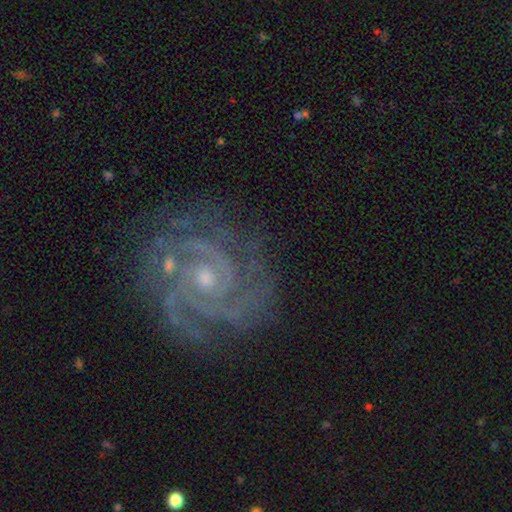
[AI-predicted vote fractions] smooth_or_featured: featured or disk (p=0.92) [alt: star or artifact p=0.06]
disk_edge_on: no (p=0.98) [alt: yes p=0.02]
bar: no (p=0.67) [alt: weak p=0.25]
has_spiral_arms: yes (p=0.99) [alt: no p=0.01]
spiral_winding: tight (p=0.74) [alt: medium p=0.24]
spiral_arm_count: 2 (p=0.38) [alt: 3 p=0.31]
bulge_size: small (p=0.60) [alt: moderate p=0.36]
merging: none (p=0.77) [alt: minor disturbance p=0.15]